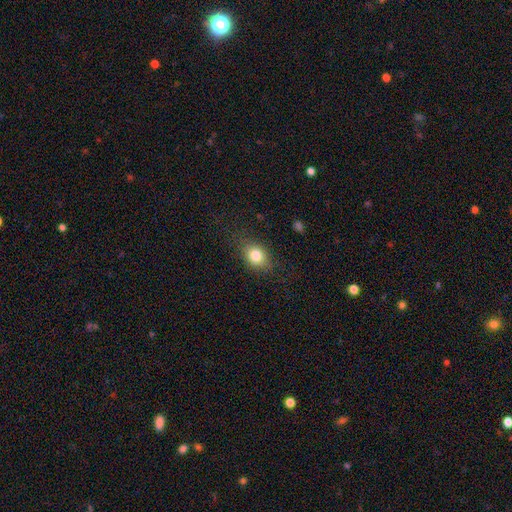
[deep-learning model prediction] Overall: smooth (80%). How rounded: in between (57%; round 42%). Merging: none (79%).